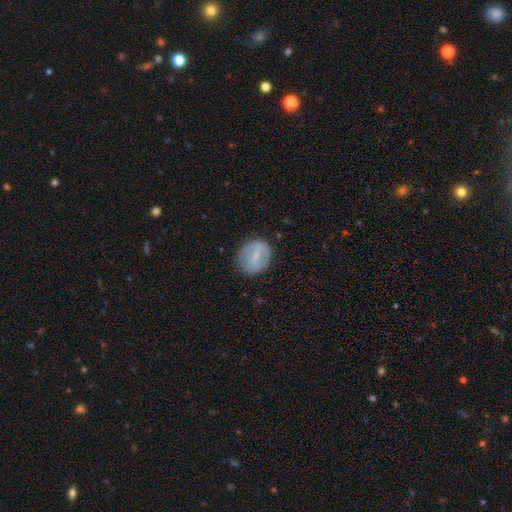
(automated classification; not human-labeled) smooth 52%, featured or disk 41%, star or artifact 8%. Down the decision tree: how rounded — round (61%); merging — none (80%).